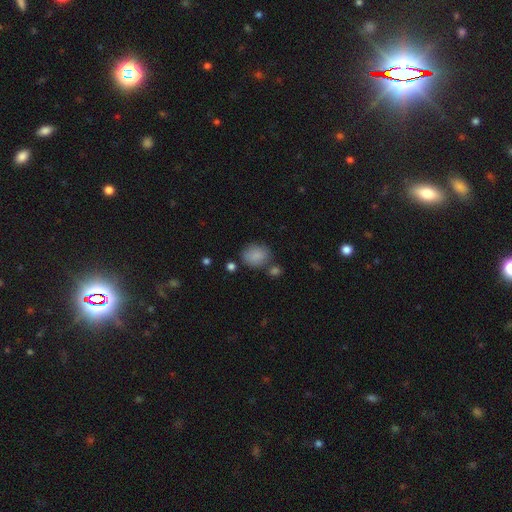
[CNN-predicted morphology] smooth 85%, star or artifact 9%, featured or disk 6%. Down the decision tree: how rounded — round (55%); merging — none (66%).